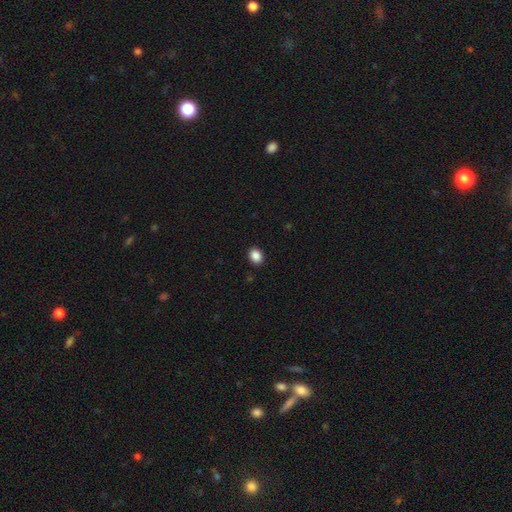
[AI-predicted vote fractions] smooth-or-featured: smooth: 88% | star or artifact: 9% | featured or disk: 3%
  how-rounded: round: 50% | in between: 49% | cigar-shaped: 1%
  merging: none: 92% | minor disturbance: 6% | major disturbance: 2% | merger: 1%